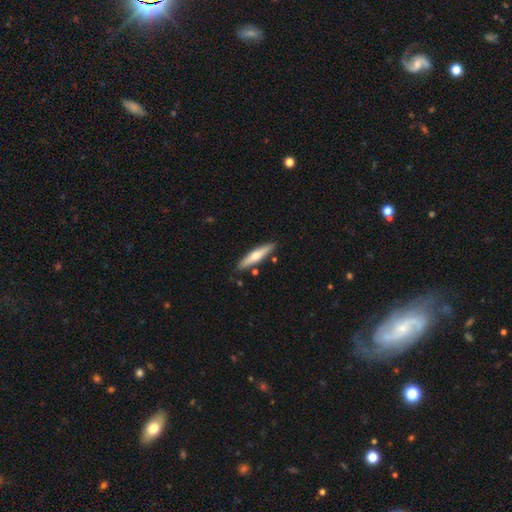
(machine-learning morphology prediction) Overall: smooth (49%; featured or disk 45%). Merging: none (85%).